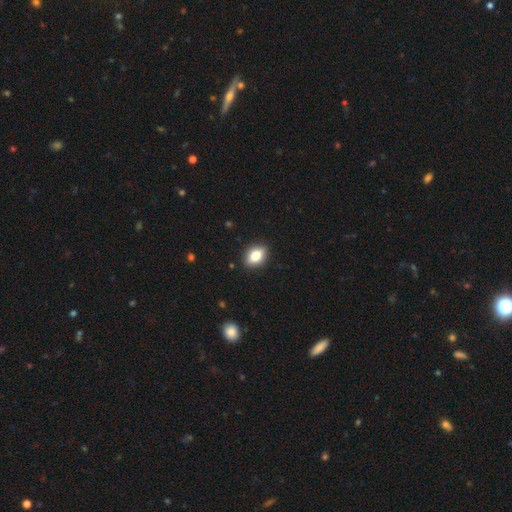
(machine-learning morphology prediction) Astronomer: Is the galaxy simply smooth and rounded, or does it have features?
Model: smooth — 78%.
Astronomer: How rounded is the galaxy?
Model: in between — 76%.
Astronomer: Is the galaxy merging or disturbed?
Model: none — 88%.